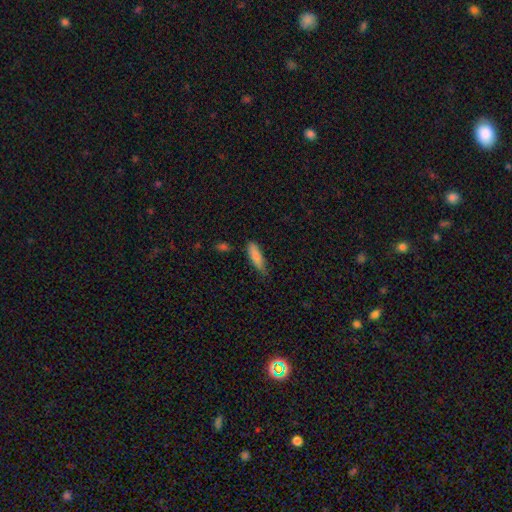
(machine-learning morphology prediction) Smooth or featured? Predicted: smooth (p=0.86). How rounded? Predicted: cigar-shaped (p=0.57). Merging? Predicted: none (p=0.63).